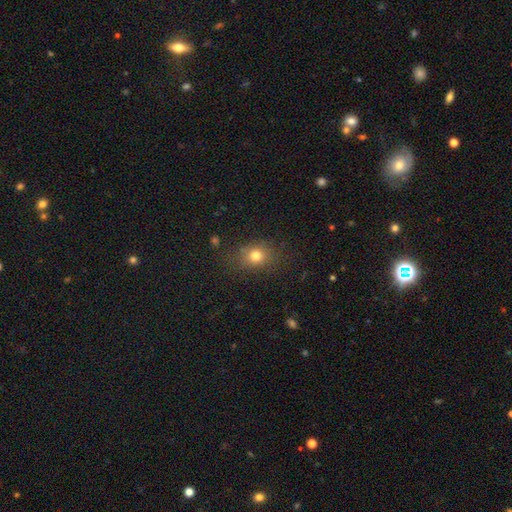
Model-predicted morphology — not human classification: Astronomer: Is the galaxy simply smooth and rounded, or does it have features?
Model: smooth — 78%.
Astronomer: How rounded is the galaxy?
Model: round — 57% (runner-up: in between, 42%).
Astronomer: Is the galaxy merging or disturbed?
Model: none — 79%.